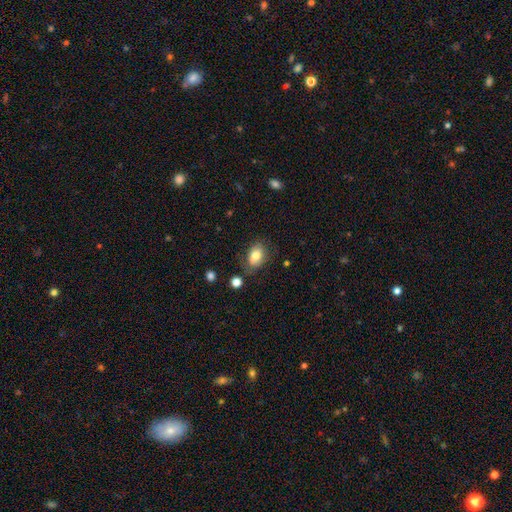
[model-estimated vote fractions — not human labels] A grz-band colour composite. It shows a smooth galaxy with no disk features (78%) that is in between round and cigar-shaped (80%). Merging: none (73%).